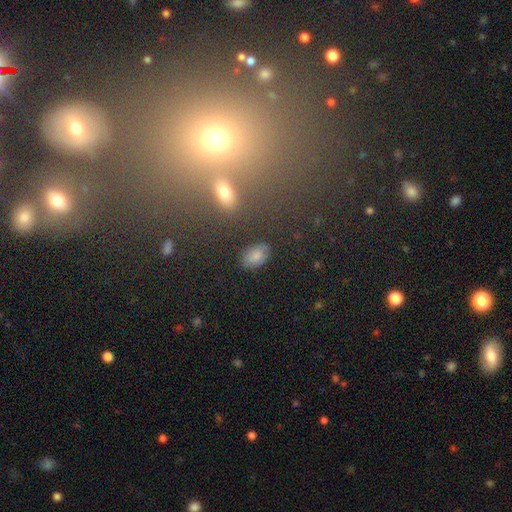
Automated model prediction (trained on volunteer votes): smooth 79%, star or artifact 11%, featured or disk 10%. Down the decision tree: how rounded — in between (88%); merging — none (79%).